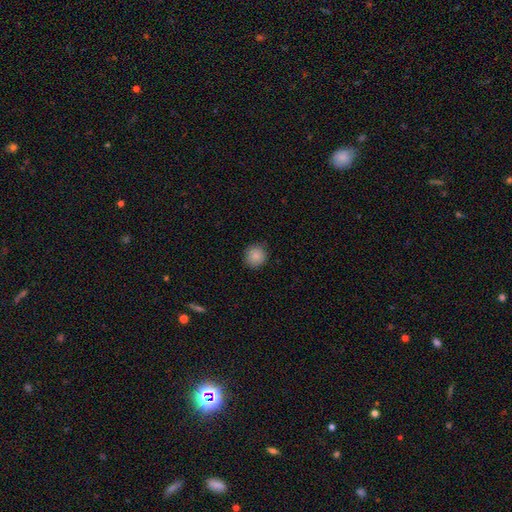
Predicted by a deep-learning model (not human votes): smooth 87%, star or artifact 9%, featured or disk 4%. Down the decision tree: how rounded — round (92%); merging — none (89%).